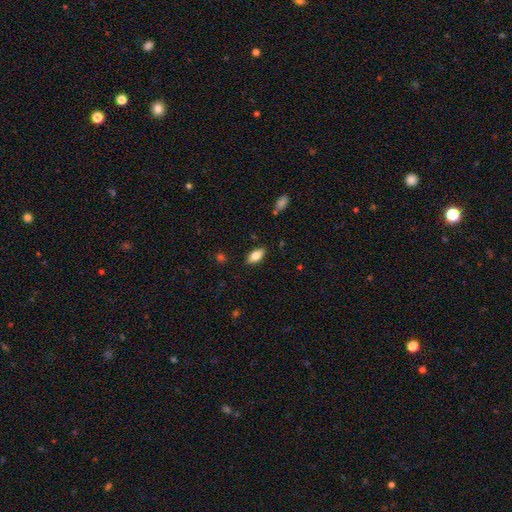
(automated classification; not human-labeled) smooth-or-featured: smooth: 77% | featured or disk: 15% | star or artifact: 7%
  how-rounded: in between: 88% | cigar-shaped: 9% | round: 3%
  merging: none: 86% | minor disturbance: 10% | major disturbance: 2% | merger: 1%